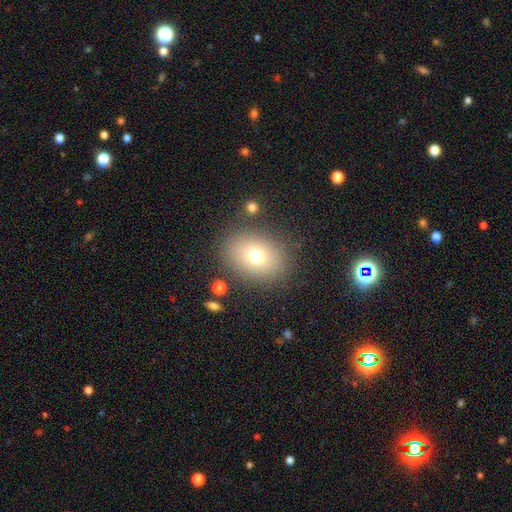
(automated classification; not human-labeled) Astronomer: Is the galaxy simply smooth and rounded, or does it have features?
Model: smooth — 73%.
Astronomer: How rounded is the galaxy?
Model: in between — 62%.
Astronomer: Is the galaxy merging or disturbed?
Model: none — 83%.